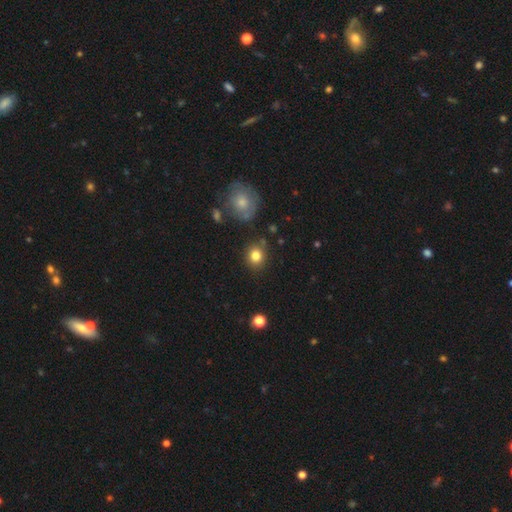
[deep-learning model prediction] smooth_or_featured: smooth (p=0.82) [alt: star or artifact p=0.11]
how_rounded: round (p=0.83) [alt: in between p=0.16]
merging: none (p=0.85) [alt: minor disturbance p=0.09]